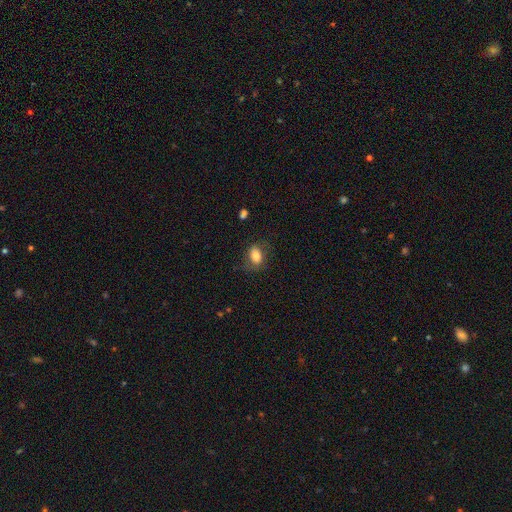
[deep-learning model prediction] This is clearly a smooth galaxy (81%). How rounded: clearly in between (81%). Merging: likely none (70%).